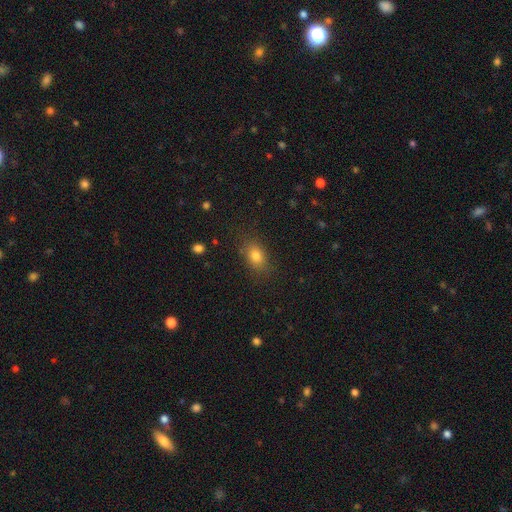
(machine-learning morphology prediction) A smooth galaxy with no disk features (80%) that is in between round and cigar-shaped (78%). Merging: none (82%).